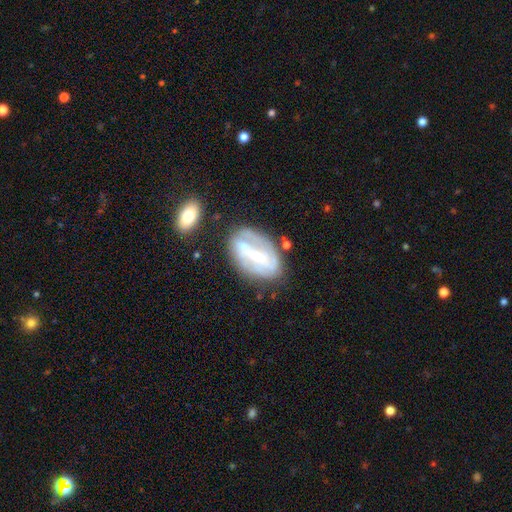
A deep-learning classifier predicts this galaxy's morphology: A featured or disk galaxy (72%) with a strong bar (56%), spiral arms (66%) and a small central bulge (48%). Merging: none (63%).